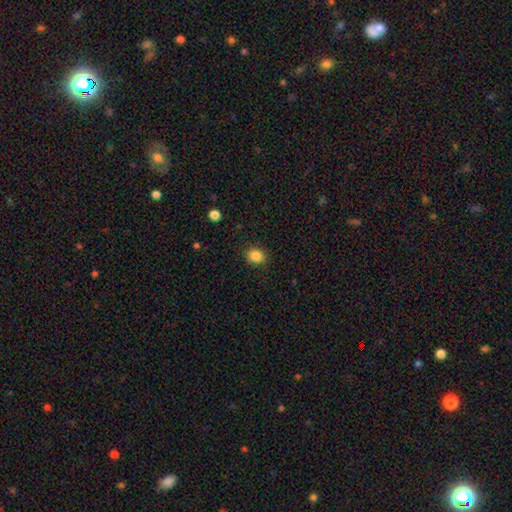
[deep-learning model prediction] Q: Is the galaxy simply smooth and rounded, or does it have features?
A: smooth — 86%.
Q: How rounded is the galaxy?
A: round — 63%.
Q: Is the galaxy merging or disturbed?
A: none — 88%.